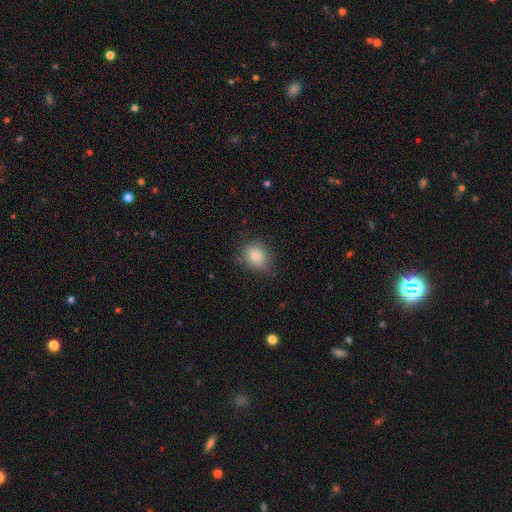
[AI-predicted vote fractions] Smooth or featured? smooth (83%)
How rounded? round (60%)
Merging? none (75%)